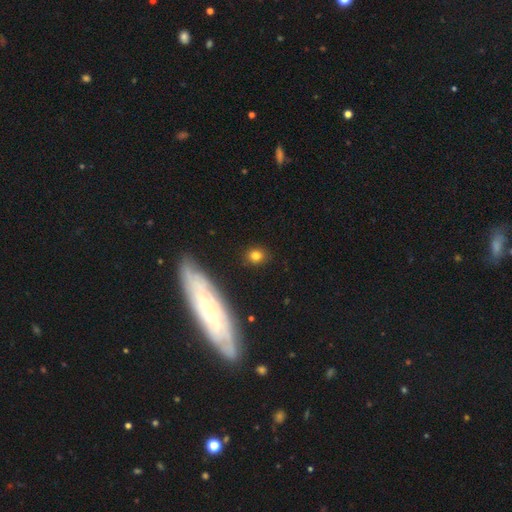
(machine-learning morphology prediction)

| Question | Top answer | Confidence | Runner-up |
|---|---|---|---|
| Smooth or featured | smooth | 78% | star or artifact (12%) |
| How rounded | round | 74% | in between (24%) |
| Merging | none | 87% | minor disturbance (9%) |